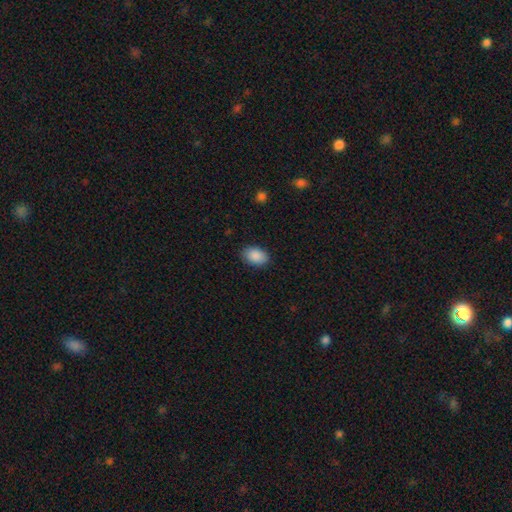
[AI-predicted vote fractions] Smooth or featured? Predicted: smooth (p=0.90). How rounded? Predicted: in between (p=0.87). Merging? Predicted: none (p=0.87).